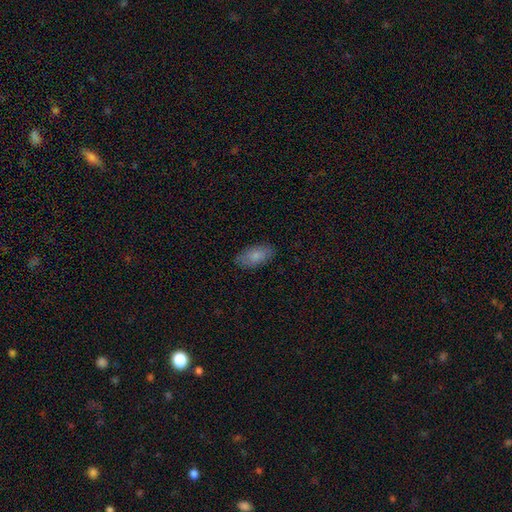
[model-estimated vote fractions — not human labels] A smooth galaxy with no disk features (81%) that is in between round and cigar-shaped (92%).

Vote fractions:
- Smooth or featured? smooth: 81% / featured or disk: 12% / star or artifact: 7%
- How rounded? in between: 92% / cigar-shaped: 5% / round: 3%
- Merging? none: 84% / minor disturbance: 13% / major disturbance: 3% / merger: 1%